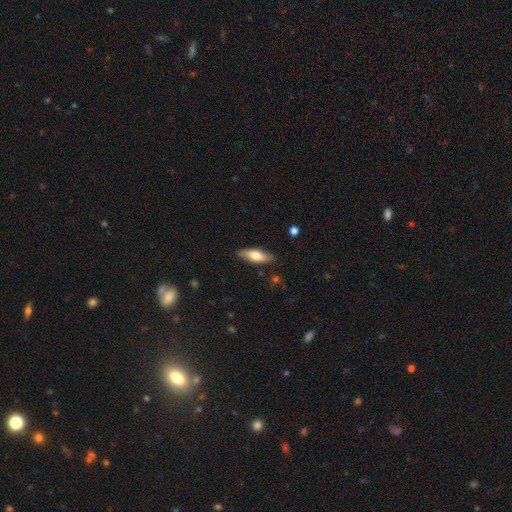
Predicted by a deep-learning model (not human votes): smooth 64%, featured or disk 30%, star or artifact 6%. Down the decision tree: how rounded — in between (57%); merging — none (85%).